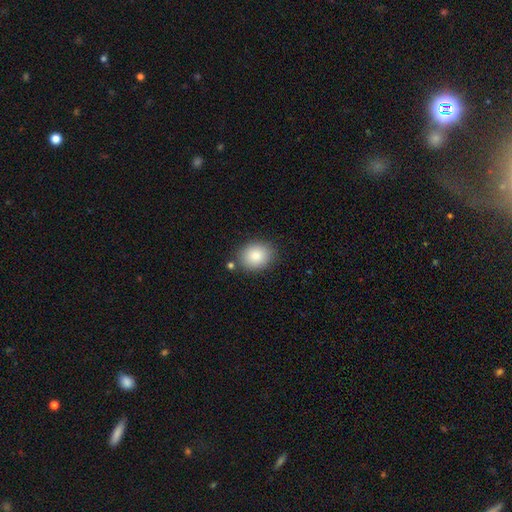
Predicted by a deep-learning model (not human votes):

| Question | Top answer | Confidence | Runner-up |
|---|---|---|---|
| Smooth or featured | smooth | 85% | star or artifact (8%) |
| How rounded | in between | 51% | round (48%) |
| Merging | none | 81% | minor disturbance (12%) |